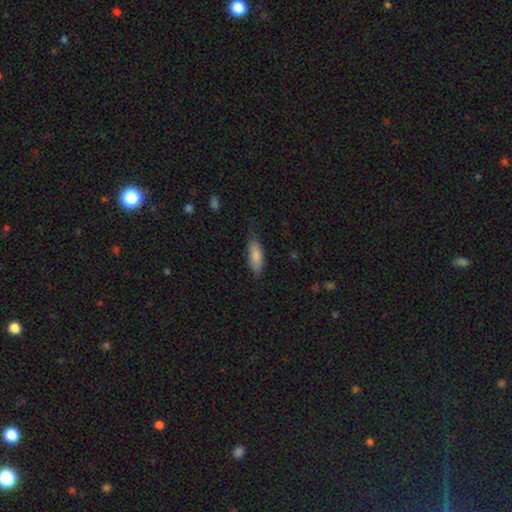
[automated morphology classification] Overall: smooth (82%). How rounded: in between (66%; cigar-shaped 32%). Merging: none (64%; minor disturbance 27%).